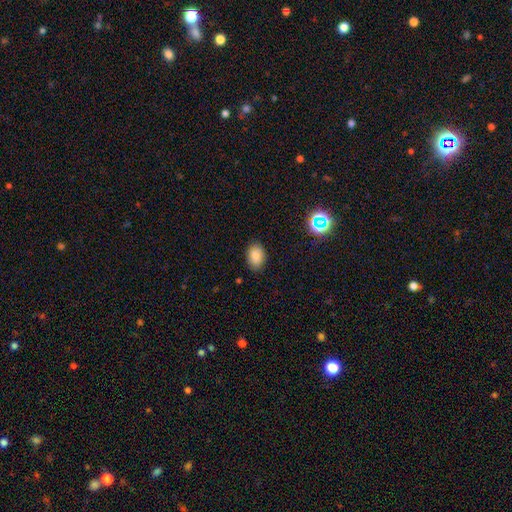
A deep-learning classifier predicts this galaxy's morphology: This appears to be a smooth galaxy with no disk features (84%) that is in between round and cigar-shaped (79%). Merging: none (84%).